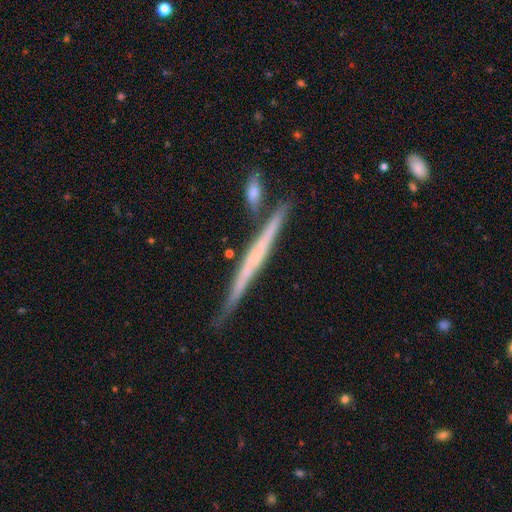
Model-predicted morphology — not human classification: A featured or disk galaxy (68%) viewed edge-on (97%) with no central bulge (71%). Merging: none (80%).